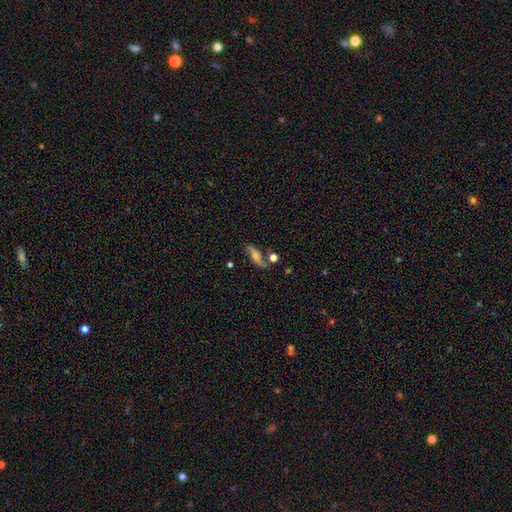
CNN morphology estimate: Smooth or featured? Predicted: featured or disk (p=0.60). Edge-on disk? Predicted: no (p=0.71). Merging? Predicted: none (p=0.67).